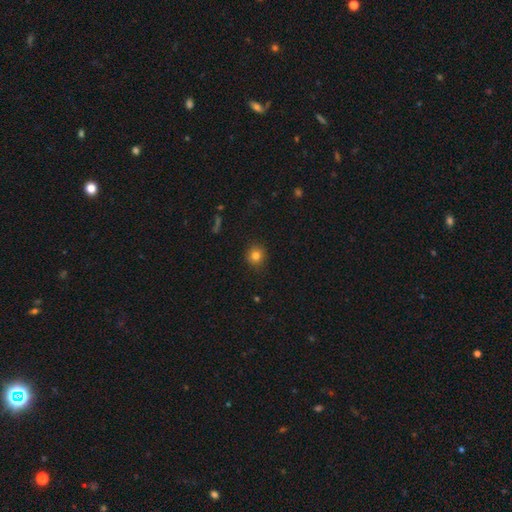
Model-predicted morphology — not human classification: smooth_or_featured: smooth (p=0.81) [alt: star or artifact p=0.13]
how_rounded: round (p=0.89) [alt: in between p=0.10]
merging: none (p=0.88) [alt: minor disturbance p=0.09]